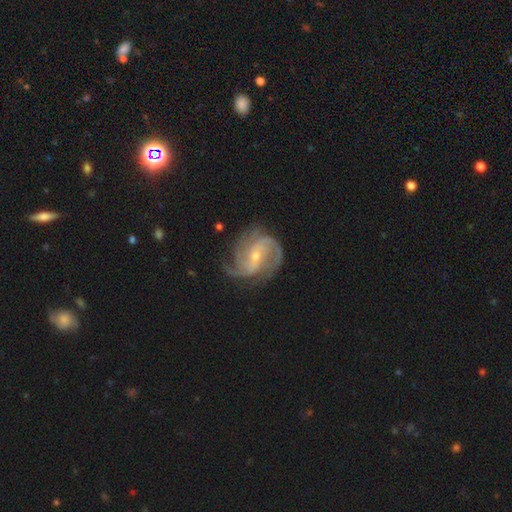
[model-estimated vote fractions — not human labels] A featured or disk galaxy (90%) with a weak bar (42%), 3 (45%) medium (51%) spiral arms (98%) and a small central bulge (64%).

Vote fractions:
- Smooth or featured? featured or disk: 90% / star or artifact: 5% / smooth: 5%
- Edge-on disk? no: 98% / yes: 2%
- Bar? weak: 42% / no: 39% / strong: 19%
- Spiral arms? yes: 98% / no: 2%
- Spiral winding? medium: 51% / tight: 35% / loose: 15%
- Spiral arm count? 3: 45% / 2: 17% / 4: 16% / can't tell: 11% / more than 4: 5% / 1: 5%
- Bulge size? small: 64% / moderate: 32% / none: 1% / large: 1% / dominant: 1%
- Merging? none: 71% / minor disturbance: 19% / major disturbance: 9% / merger: 1%